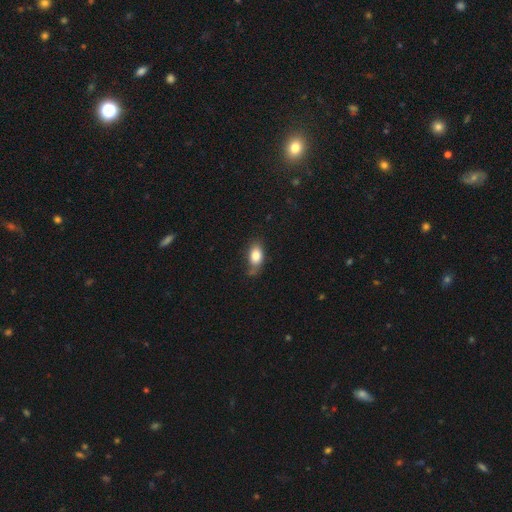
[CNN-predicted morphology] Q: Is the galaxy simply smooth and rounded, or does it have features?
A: smooth — 81%.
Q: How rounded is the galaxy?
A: in between — 86%.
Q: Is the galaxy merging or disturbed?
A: none — 61%.